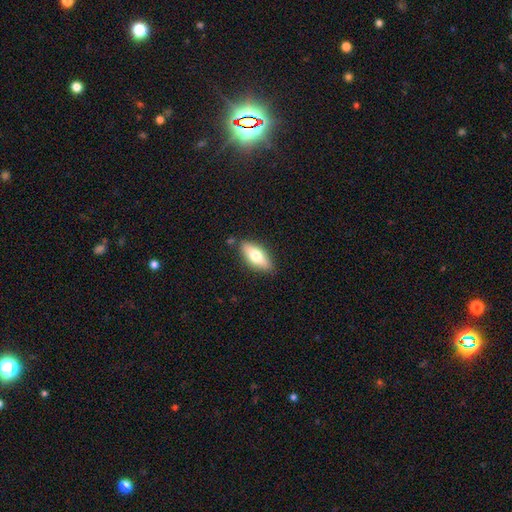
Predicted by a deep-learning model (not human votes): Q: Smooth or featured?
A: smooth (68%); runner-up: featured or disk (25%)
Q: How rounded?
A: in between (81%); runner-up: cigar-shaped (16%)
Q: Merging?
A: none (83%); runner-up: minor disturbance (12%)